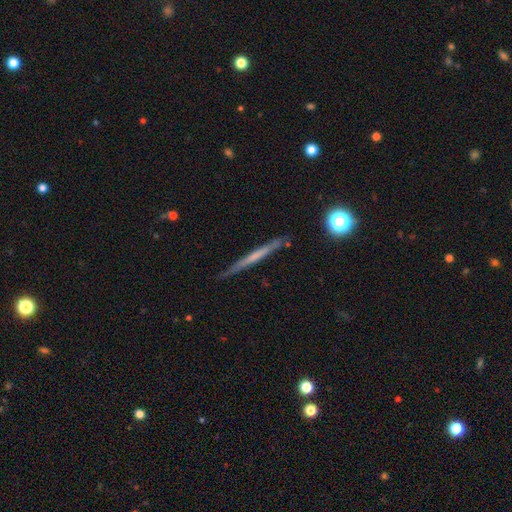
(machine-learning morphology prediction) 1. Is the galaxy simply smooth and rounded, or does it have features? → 54% featured or disk, 39% smooth, 8% star or artifact.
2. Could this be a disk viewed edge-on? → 96% yes, 4% no.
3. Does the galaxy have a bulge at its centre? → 83% none, 11% rounded, 6% boxy.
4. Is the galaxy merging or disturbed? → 86% none, 10% minor disturbance, 2% major disturbance, 2% merger.